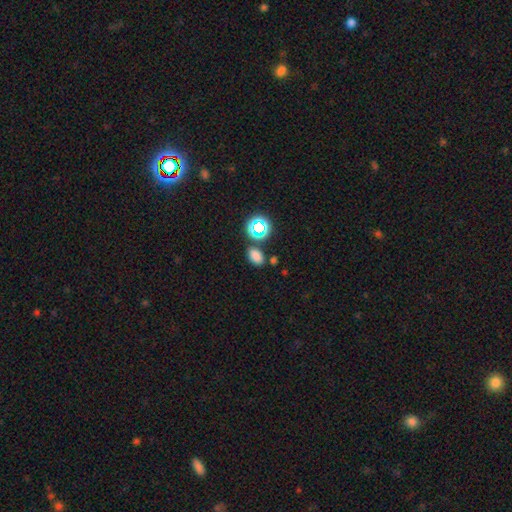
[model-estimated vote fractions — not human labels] Smooth or featured? smooth (74%)
How rounded? in between (82%)
Merging? none (76%)